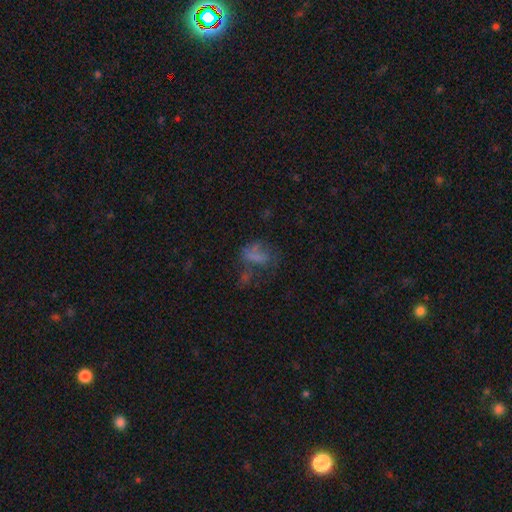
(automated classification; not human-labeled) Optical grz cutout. It shows a smooth galaxy with no disk features (53%) that is in between round and cigar-shaped (77%). Merging: major disturbance (33%, tied with none).